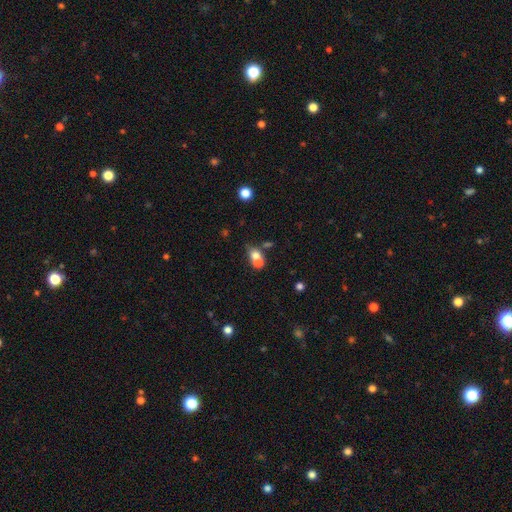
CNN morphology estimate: Smooth or featured: smooth — 67% (featured or disk — 20%)
How rounded: round — 59% (in between — 39%)
Merging: merger — 62% (none — 27%)